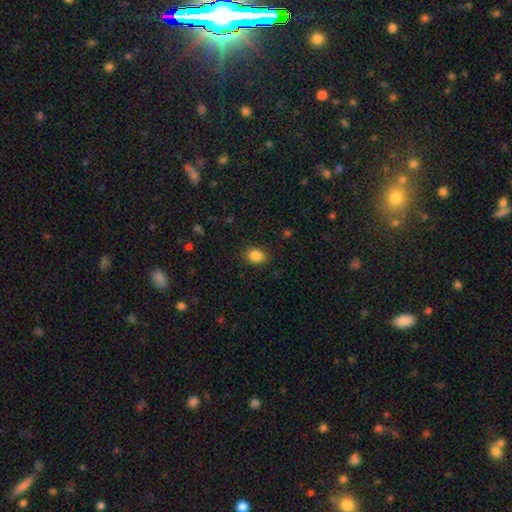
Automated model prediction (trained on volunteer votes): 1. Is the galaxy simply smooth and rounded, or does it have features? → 86% smooth, 10% star or artifact, 5% featured or disk.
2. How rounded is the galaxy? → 62% in between, 37% round, 1% cigar-shaped.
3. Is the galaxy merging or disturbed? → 86% none, 10% minor disturbance, 3% major disturbance, 1% merger.